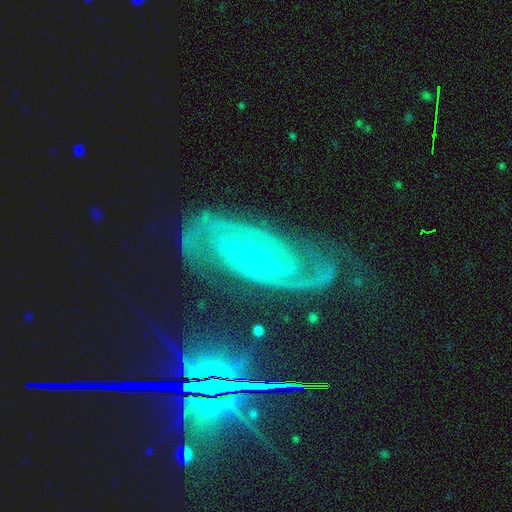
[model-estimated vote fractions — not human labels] Smooth or featured: featured or disk — 88% (star or artifact — 9%)
Edge-on disk: no — 96% (yes — 4%)
Bar: weak — 43% (strong — 29%)
Spiral arms: yes — 98% (no — 2%)
Spiral winding: tight — 61% (medium — 33%)
Spiral arm count: 2 — 66% (3 — 10%)
Bulge size: small — 78% (moderate — 19%)
Merging: none — 73% (minor disturbance — 18%)